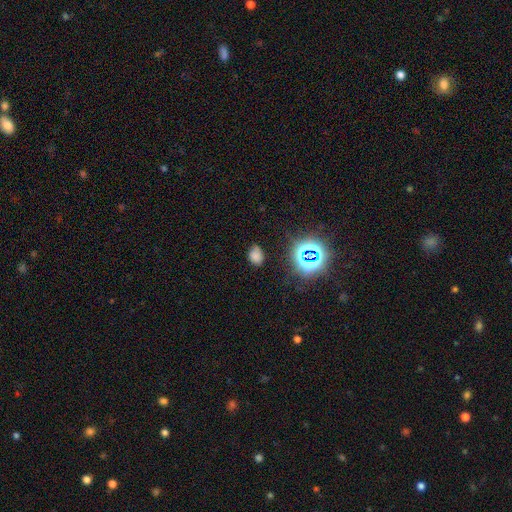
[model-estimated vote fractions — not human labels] A smooth galaxy with no disk features (65%) that is in between round and cigar-shaped (73%). Merging: none (73%).